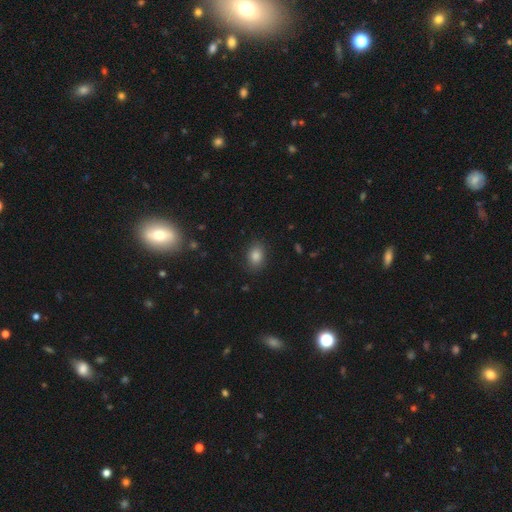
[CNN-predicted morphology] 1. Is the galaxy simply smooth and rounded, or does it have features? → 83% smooth, 11% star or artifact, 6% featured or disk.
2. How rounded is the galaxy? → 69% in between, 30% round, 1% cigar-shaped.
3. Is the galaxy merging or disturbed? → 87% none, 9% minor disturbance, 3% major disturbance, 1% merger.